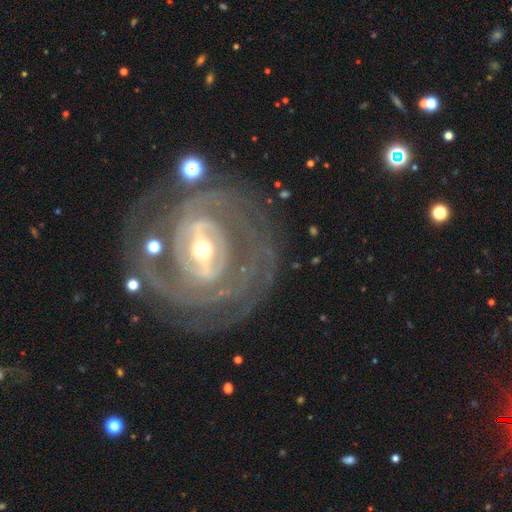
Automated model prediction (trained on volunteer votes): Smooth or featured? featured or disk (88%)
Edge-on disk? no (96%)
Bar? strong (53%)
Spiral arms? yes (90%)
Spiral winding? tight (74%)
Spiral arm count? can't tell (32%)
Bulge size? moderate (48%)
Merging? none (74%)